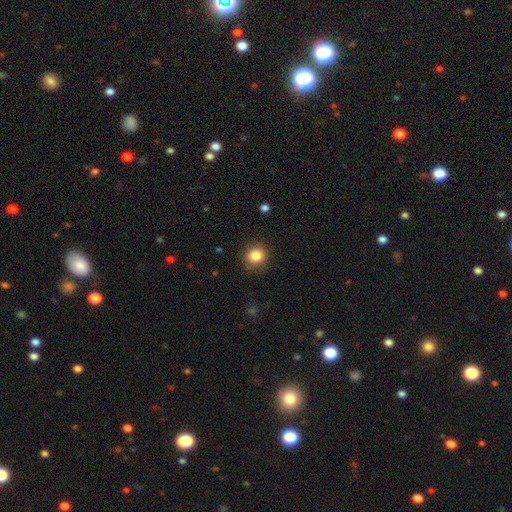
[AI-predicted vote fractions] A smooth galaxy with no disk features (85%) that is round (87%). Merging: none (86%).